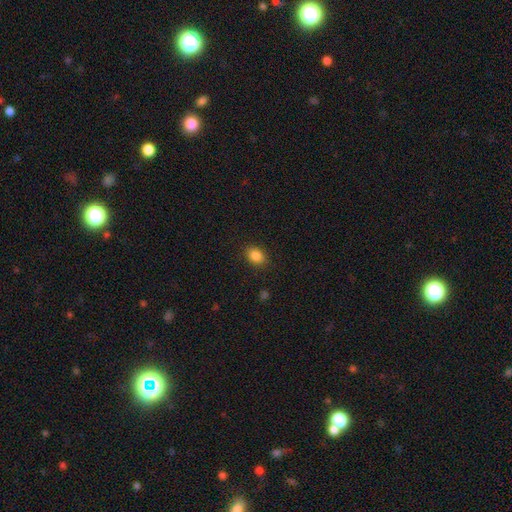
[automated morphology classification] A smooth galaxy with no disk features (86%) that is in between round and cigar-shaped (70%).

Vote fractions:
- Smooth or featured? smooth: 86% / star or artifact: 10% / featured or disk: 4%
- How rounded? in between: 70% / round: 29% / cigar-shaped: 1%
- Merging? none: 88% / minor disturbance: 9% / major disturbance: 3% / merger: 1%